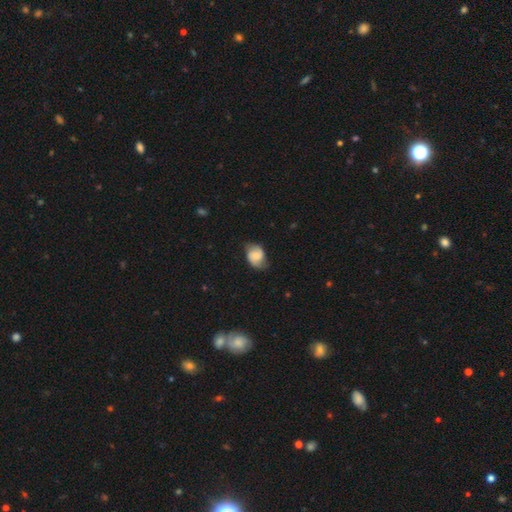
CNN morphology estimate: Smooth or featured? Predicted: featured or disk (p=0.49). Merging? Predicted: none (p=0.65).